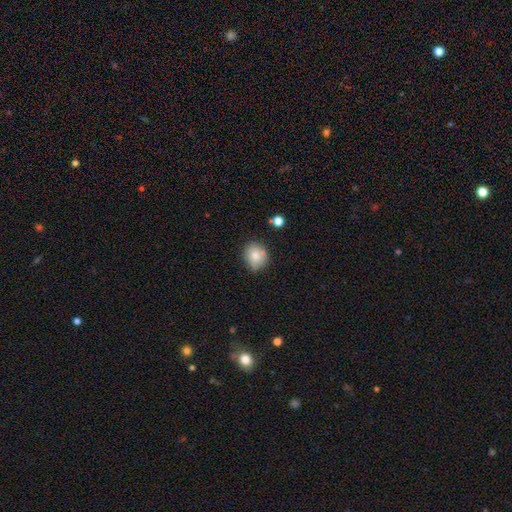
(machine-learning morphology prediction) A smooth galaxy with no disk features (80%) that is round (67%).

Vote fractions:
- Smooth or featured? smooth: 80% / featured or disk: 11% / star or artifact: 9%
- How rounded? round: 67% / in between: 32% / cigar-shaped: 1%
- Merging? none: 70% / minor disturbance: 21% / merger: 5% / major disturbance: 4%